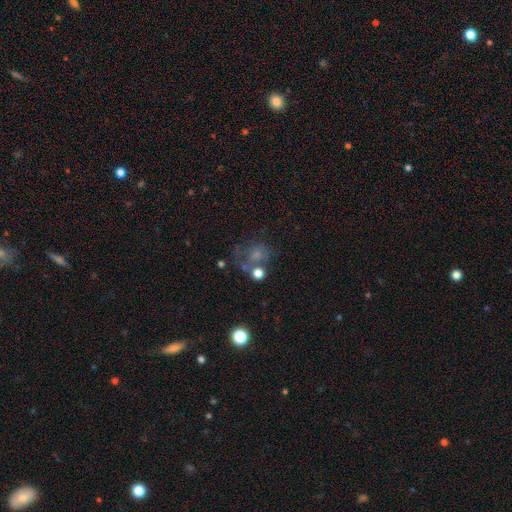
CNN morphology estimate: Q: Smooth or featured?
A: smooth (43%); runner-up: featured or disk (35%)
Q: Merging?
A: none (39%); runner-up: major disturbance (25%)